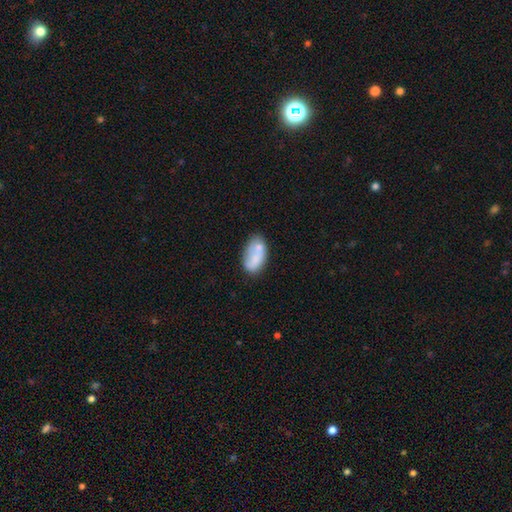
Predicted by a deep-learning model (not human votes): smooth 68%, featured or disk 25%, star or artifact 7%. Down the decision tree: how rounded — in between (93%); merging — none (47%).